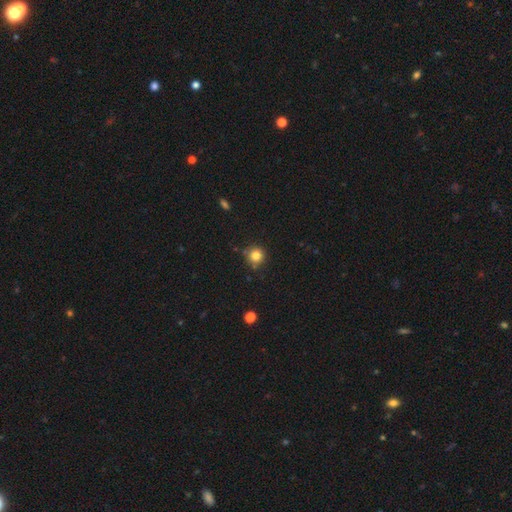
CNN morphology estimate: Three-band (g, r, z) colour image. It shows a smooth galaxy with no disk features (82%) that is round (92%). Merging: none (79%).